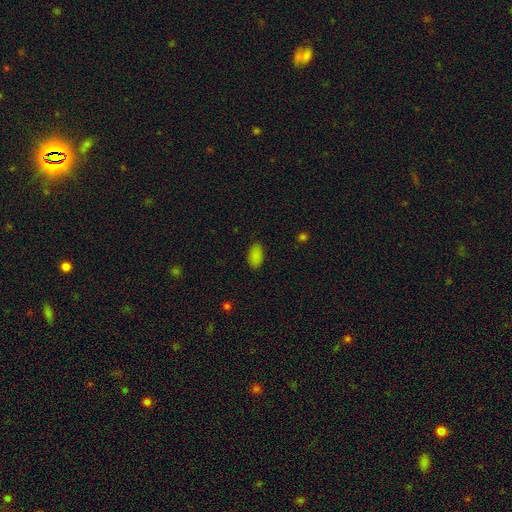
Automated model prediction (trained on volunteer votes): smooth-or-featured: smooth: 86% | star or artifact: 10% | featured or disk: 3%
  how-rounded: in between: 94% | round: 4% | cigar-shaped: 2%
  merging: none: 86% | minor disturbance: 10% | major disturbance: 2% | merger: 1%